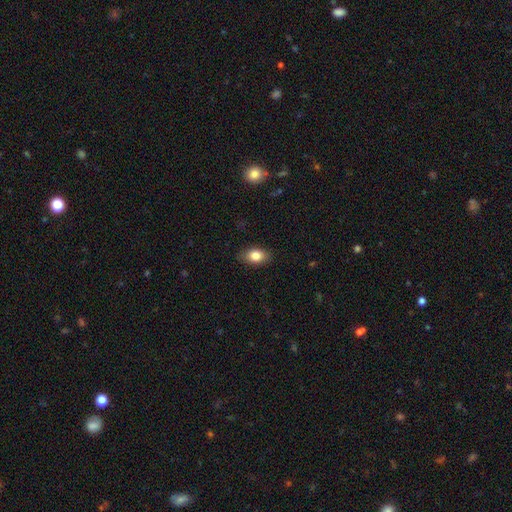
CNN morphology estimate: Smooth or featured: smooth — 83% (featured or disk — 9%)
How rounded: in between — 83% (round — 14%)
Merging: none — 85% (minor disturbance — 11%)